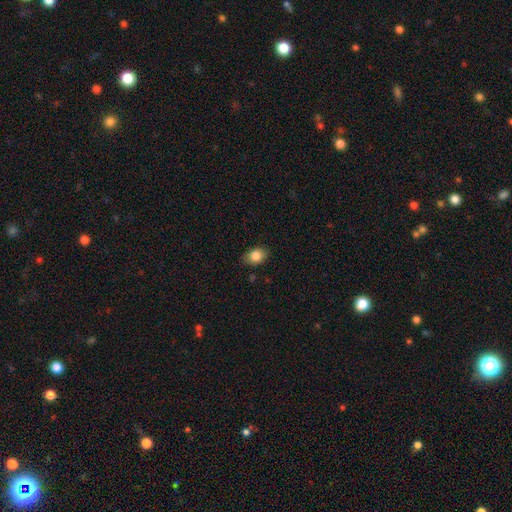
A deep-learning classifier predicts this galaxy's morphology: The model was most divided on "how rounded": in between: 74%, round: 25%, cigar-shaped: 1%. More confident: smooth or featured — smooth (85%); merging — none (82%).